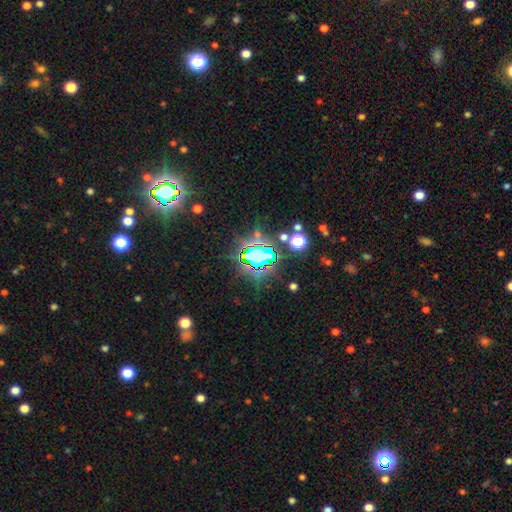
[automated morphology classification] Overall: star or artifact (67%).